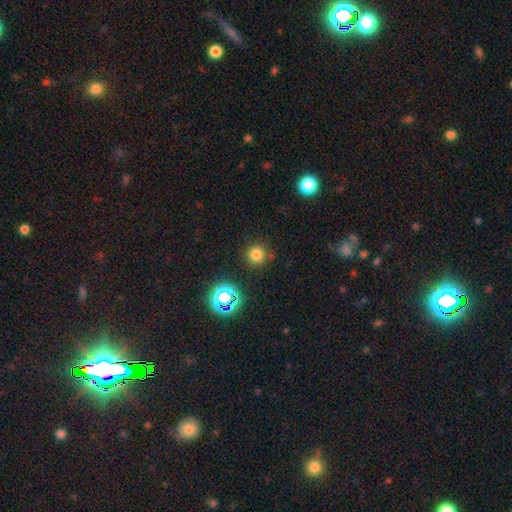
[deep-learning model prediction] Overall: smooth (74%). How rounded: round (94%). Merging: none (86%).